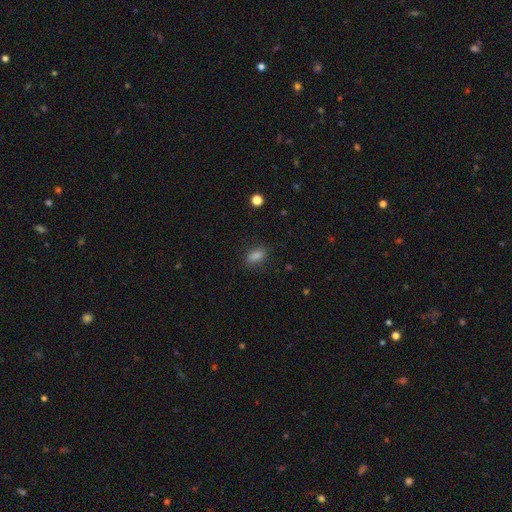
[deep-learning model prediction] Smooth or featured: smooth — 81% (star or artifact — 13%)
How rounded: in between — 78% (cigar-shaped — 14%)
Merging: none — 84% (minor disturbance — 11%)